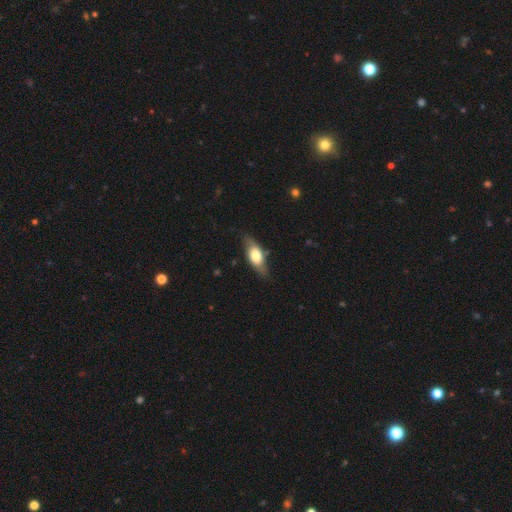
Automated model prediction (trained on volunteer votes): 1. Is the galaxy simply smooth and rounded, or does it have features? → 61% smooth, 33% featured or disk, 6% star or artifact.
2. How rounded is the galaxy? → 74% in between, 22% cigar-shaped, 4% round.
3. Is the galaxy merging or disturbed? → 78% none, 17% minor disturbance, 4% major disturbance, 1% merger.